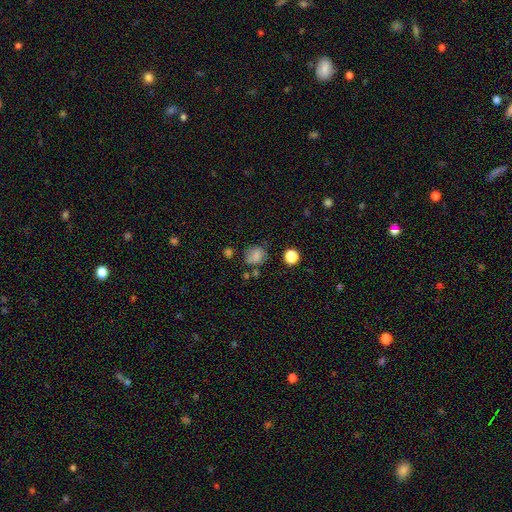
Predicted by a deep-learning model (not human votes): A smooth galaxy with no disk features (78%) that is round (69%).

Vote fractions:
- Smooth or featured? smooth: 78% / star or artifact: 12% / featured or disk: 10%
- How rounded? round: 69% / in between: 30% / cigar-shaped: 1%
- Merging? none: 66% / minor disturbance: 22% / major disturbance: 7% / merger: 6%